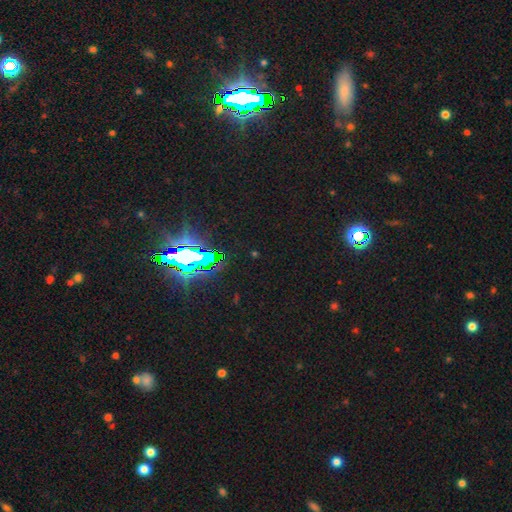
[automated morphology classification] Smooth or featured?
  - star or artifact: 81% *
  - smooth: 11%
  - featured or disk: 8%